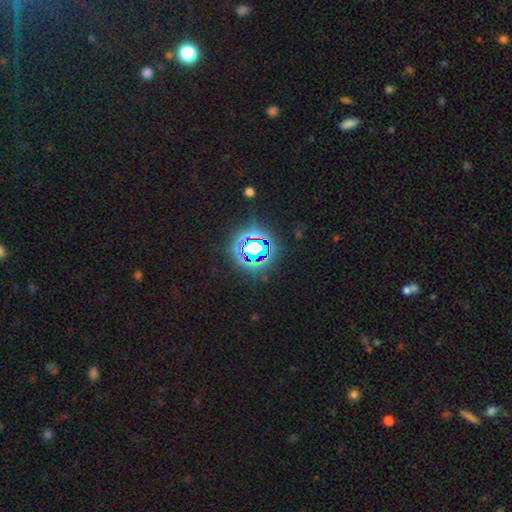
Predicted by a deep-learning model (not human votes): smooth_or_featured: star or artifact (p=0.82) [alt: smooth p=0.12]